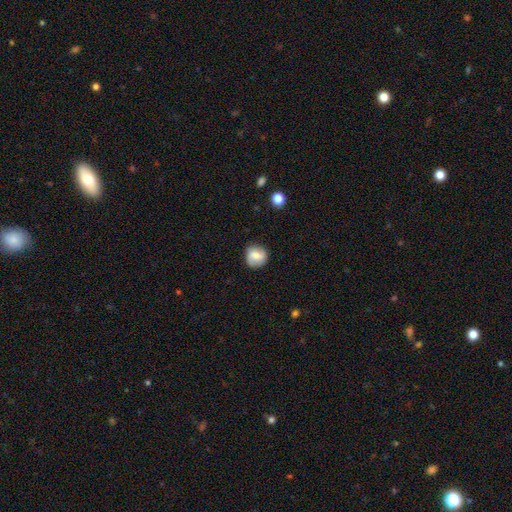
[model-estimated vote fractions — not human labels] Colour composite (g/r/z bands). It shows a smooth galaxy with no disk features (68%) that is round (87%). Merging: none (79%).